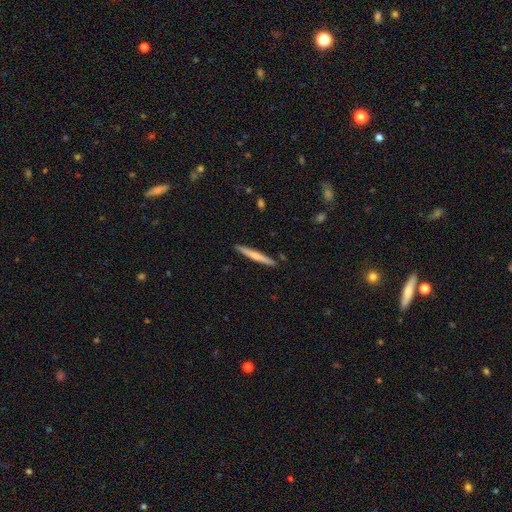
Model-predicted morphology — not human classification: A smooth galaxy with no disk features (57%) that is cigar-shaped (96%).

Vote fractions:
- Smooth or featured? smooth: 57% / featured or disk: 38% / star or artifact: 5%
- How rounded? cigar-shaped: 96% / in between: 3% / round: 1%
- Merging? none: 90% / minor disturbance: 7% / merger: 2% / major disturbance: 1%